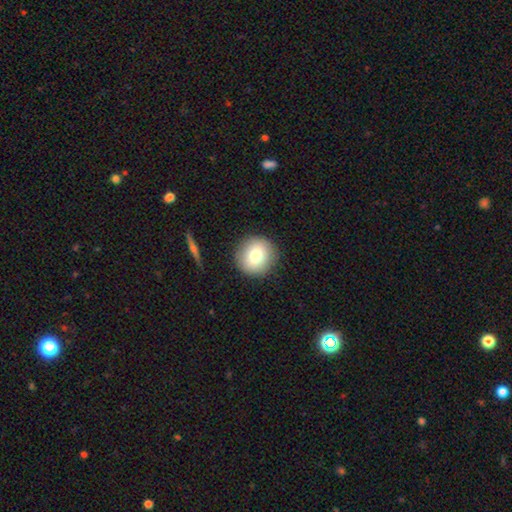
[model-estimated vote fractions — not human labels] Q: Smooth or featured?
A: smooth (76%); runner-up: featured or disk (15%)
Q: How rounded?
A: round (93%); runner-up: in between (6%)
Q: Merging?
A: none (90%); runner-up: minor disturbance (7%)